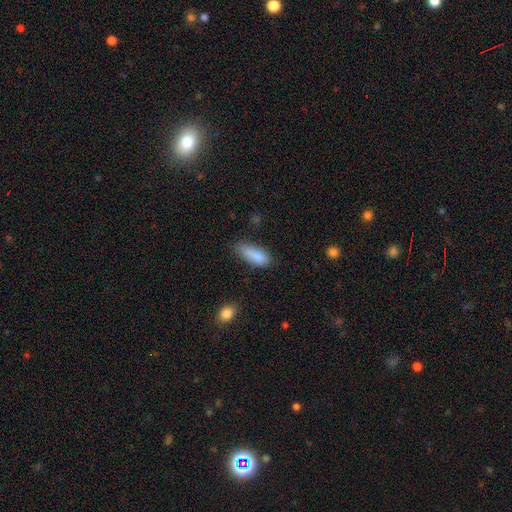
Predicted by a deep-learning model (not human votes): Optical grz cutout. It shows a smooth galaxy with no disk features (85%) that is in between round and cigar-shaped (72%). Merging: none (55%).